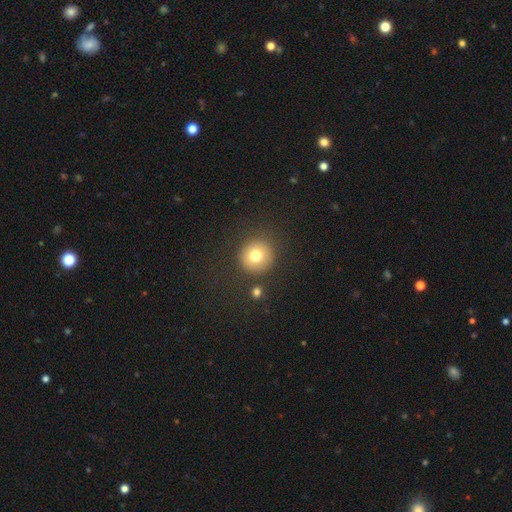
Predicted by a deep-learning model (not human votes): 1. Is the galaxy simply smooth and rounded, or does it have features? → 76% smooth, 12% star or artifact, 12% featured or disk.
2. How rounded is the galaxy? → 94% round, 5% in between, 1% cigar-shaped.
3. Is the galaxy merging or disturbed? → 85% none, 7% minor disturbance, 4% major disturbance, 4% merger.